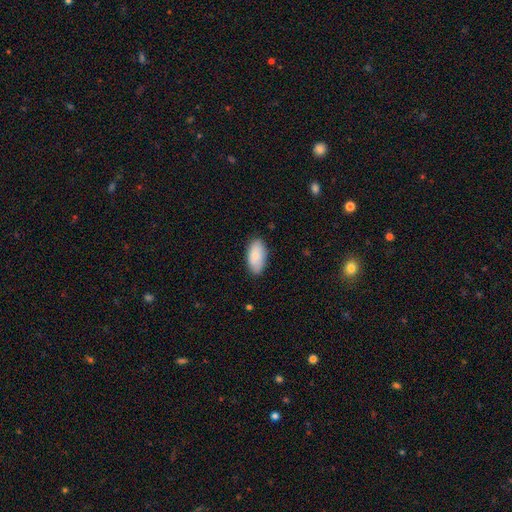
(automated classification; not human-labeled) This appears to be a smooth galaxy with no disk features (83%) that is in between round and cigar-shaped (94%). Merging: none (83%).